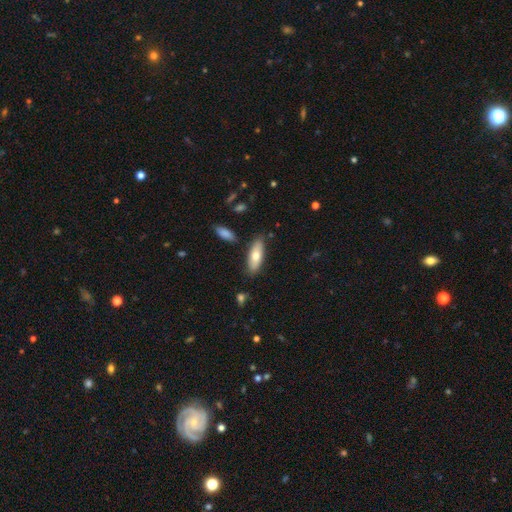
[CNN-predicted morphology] This appears to be a smooth galaxy with no disk features (70%) that is in between round and cigar-shaped (69%). Merging: none (83%).